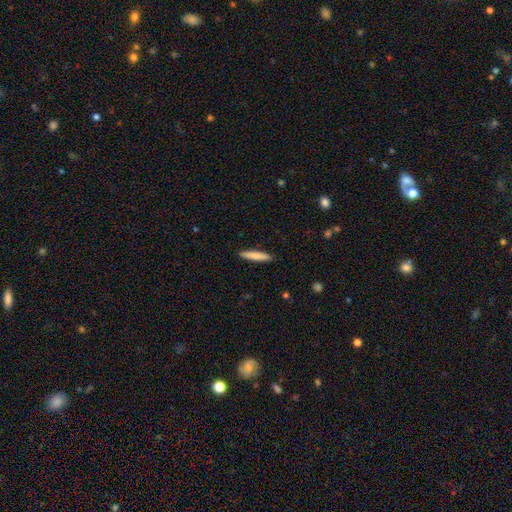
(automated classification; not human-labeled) This is likely a smooth galaxy (80%). How rounded: clearly cigar-shaped (92%). Merging: clearly none (91%).